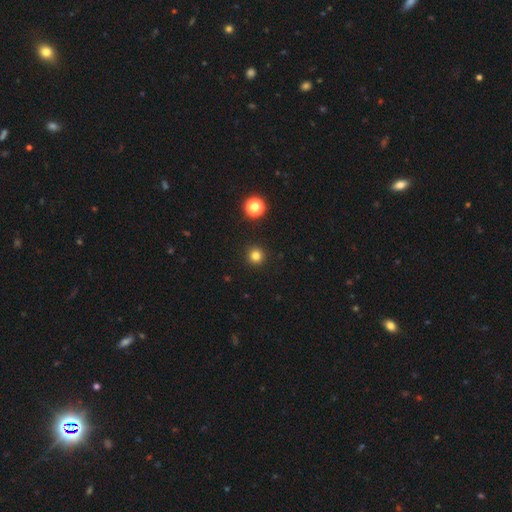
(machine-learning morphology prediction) Smooth or featured: smooth — 81% (star or artifact — 15%)
How rounded: round — 96% (in between — 3%)
Merging: none — 93% (minor disturbance — 4%)